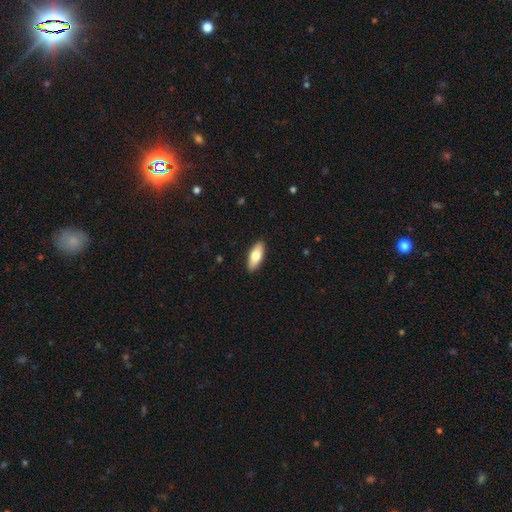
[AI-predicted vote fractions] Q: Smooth or featured?
A: smooth (76%); runner-up: featured or disk (18%)
Q: How rounded?
A: in between (76%); runner-up: cigar-shaped (22%)
Q: Merging?
A: none (90%); runner-up: minor disturbance (7%)